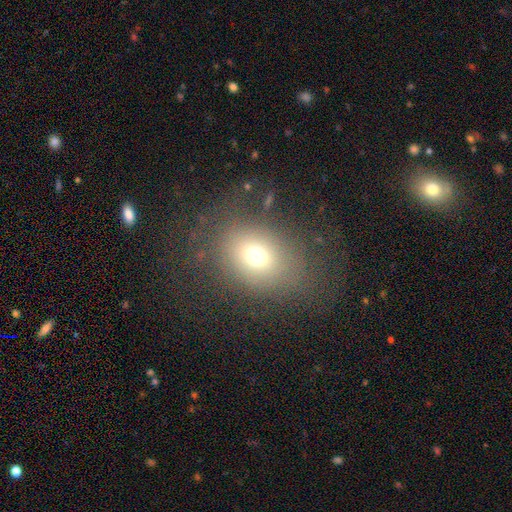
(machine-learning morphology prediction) smooth 69%, star or artifact 18%, featured or disk 13%. Down the decision tree: how rounded — round (51%); merging — none (72%).